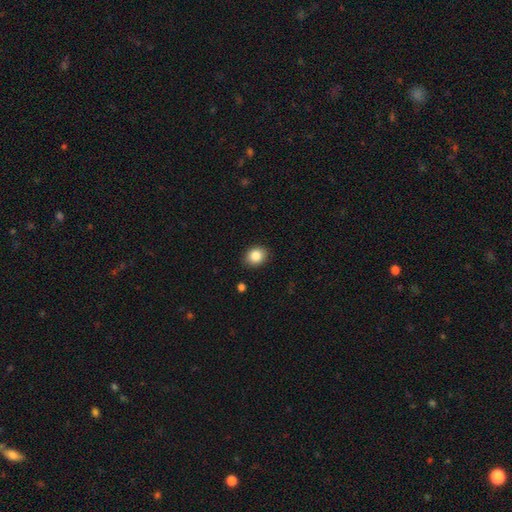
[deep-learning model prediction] Smooth or featured?
  - smooth: 85% *
  - star or artifact: 9%
  - featured or disk: 6%
How rounded?
  - round: 54% *
  - in between: 45%
  - cigar-shaped: 1%
Merging?
  - none: 88% *
  - minor disturbance: 8%
  - major disturbance: 2%
  - merger: 1%